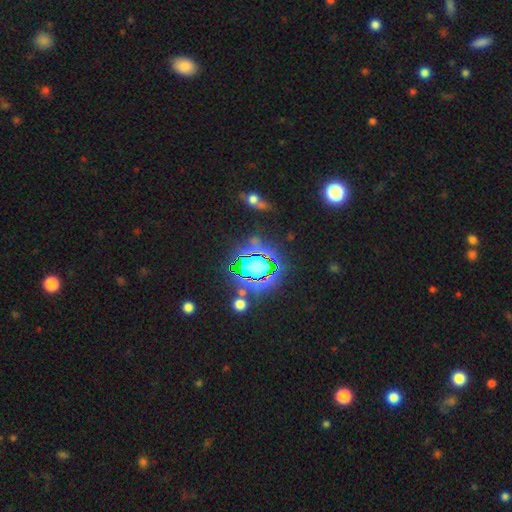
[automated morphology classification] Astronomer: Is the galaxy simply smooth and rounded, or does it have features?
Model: star or artifact — 81%.